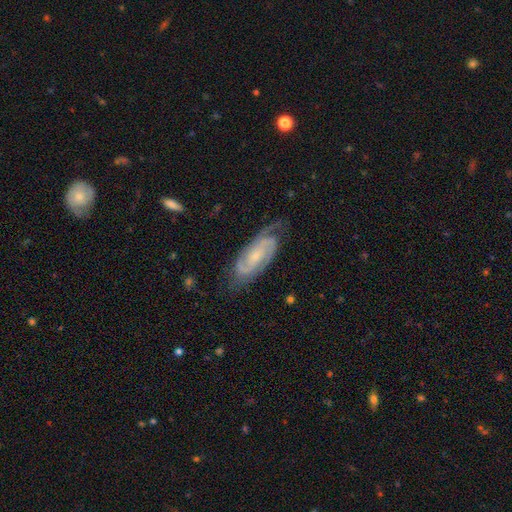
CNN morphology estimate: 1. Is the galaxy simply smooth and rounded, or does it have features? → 88% featured or disk, 6% smooth, 5% star or artifact.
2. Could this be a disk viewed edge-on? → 95% no, 5% yes.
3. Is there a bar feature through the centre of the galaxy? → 48% no, 40% weak, 12% strong.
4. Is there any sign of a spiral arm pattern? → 98% yes, 2% no.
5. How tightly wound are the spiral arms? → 56% tight, 37% medium, 6% loose.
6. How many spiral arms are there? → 82% 2, 7% 3, 6% can't tell, 2% 1, 2% 4, 2% more than 4.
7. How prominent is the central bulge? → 57% small, 29% moderate, 11% none, 2% large, 1% dominant.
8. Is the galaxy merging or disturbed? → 75% none, 18% minor disturbance, 6% major disturbance, 1% merger.